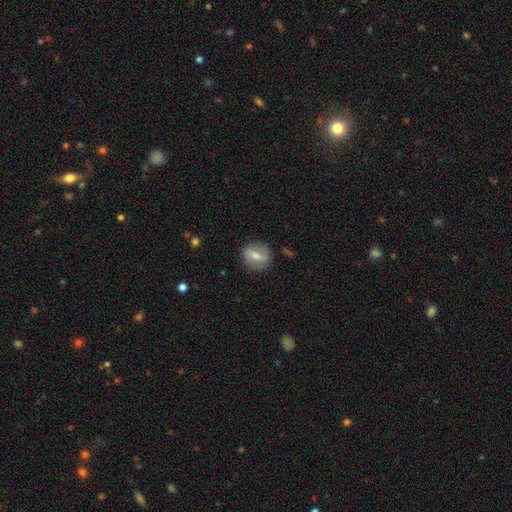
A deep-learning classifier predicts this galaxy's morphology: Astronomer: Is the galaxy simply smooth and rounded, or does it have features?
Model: smooth — 49% (runner-up: featured or disk, 43%).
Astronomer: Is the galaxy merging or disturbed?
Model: none — 82%.